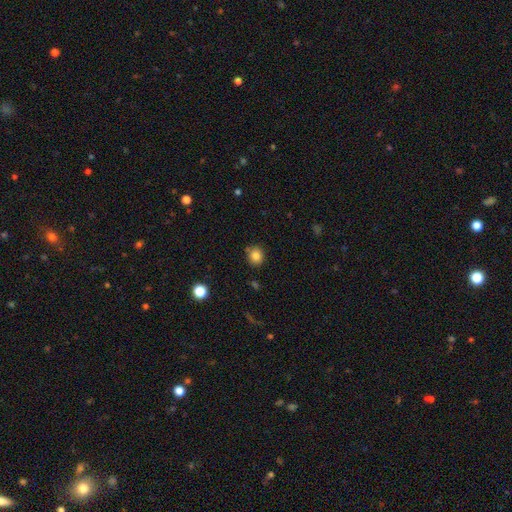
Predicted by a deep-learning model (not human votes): Smooth or featured? smooth (83%)
How rounded? round (84%)
Merging? none (82%)